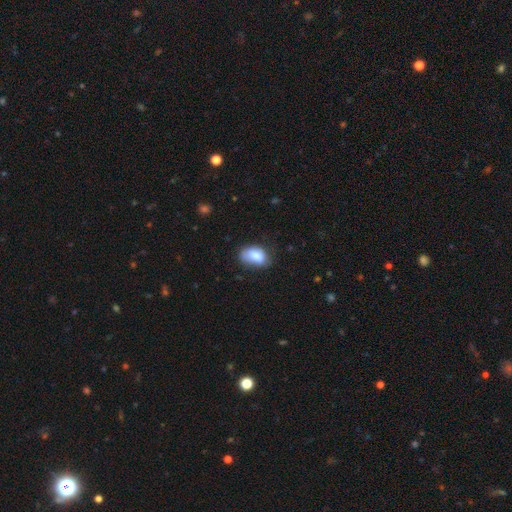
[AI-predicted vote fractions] This is clearly a smooth galaxy (81%). How rounded: clearly in between (89%). Merging: possibly none (54%).